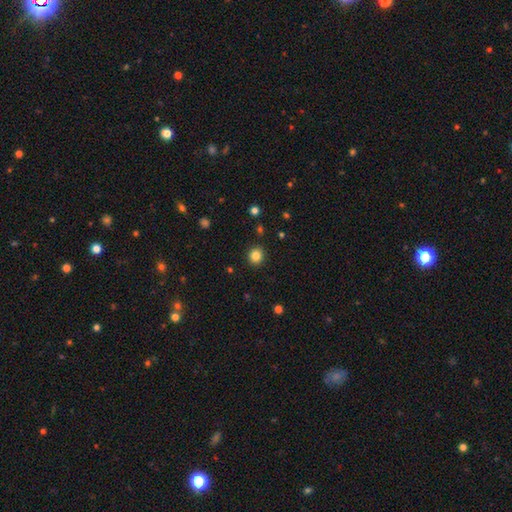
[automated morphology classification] Q: Smooth or featured?
A: smooth (83%); runner-up: star or artifact (12%)
Q: How rounded?
A: round (86%); runner-up: in between (13%)
Q: Merging?
A: none (91%); runner-up: minor disturbance (6%)